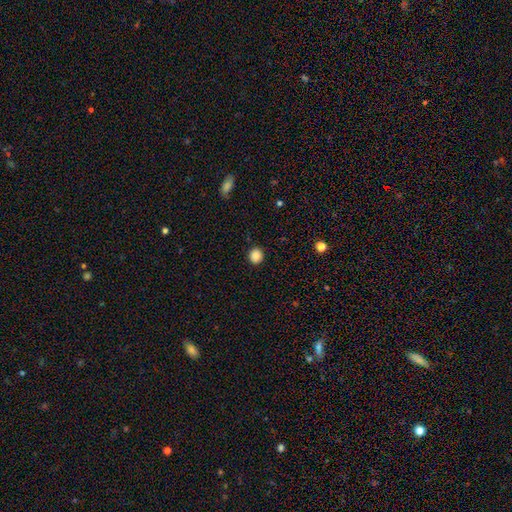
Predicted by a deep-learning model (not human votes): Smooth or featured? smooth (87%)
How rounded? round (87%)
Merging? none (91%)